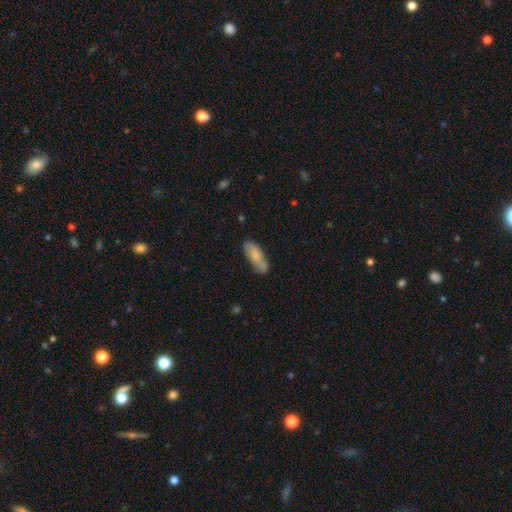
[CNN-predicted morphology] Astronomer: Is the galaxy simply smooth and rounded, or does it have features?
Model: smooth — 73%.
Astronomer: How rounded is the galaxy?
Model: in between — 69%.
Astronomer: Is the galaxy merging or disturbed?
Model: none — 58%.